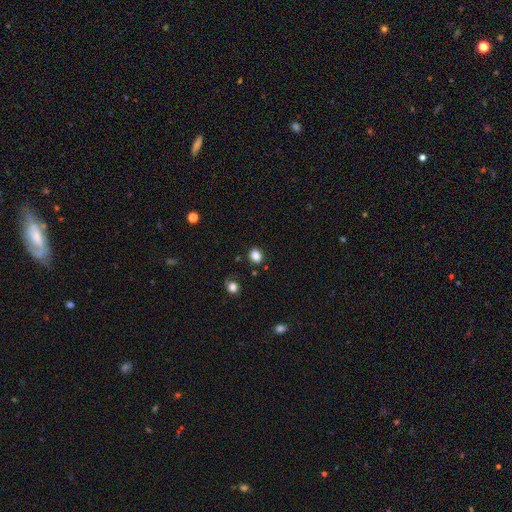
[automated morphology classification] Smooth or featured: smooth — 86% (star or artifact — 10%)
How rounded: in between — 51% (round — 48%)
Merging: none — 83% (minor disturbance — 11%)